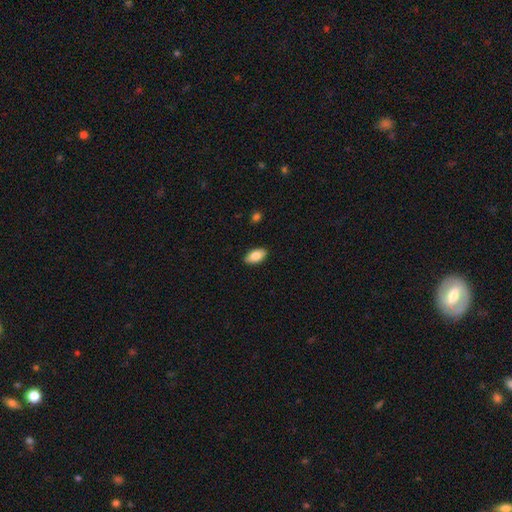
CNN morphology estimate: Smooth or featured?
  - smooth: 84% *
  - featured or disk: 10%
  - star or artifact: 6%
How rounded?
  - in between: 93% *
  - cigar-shaped: 4%
  - round: 3%
Merging?
  - none: 90% *
  - minor disturbance: 8%
  - major disturbance: 2%
  - merger: 1%